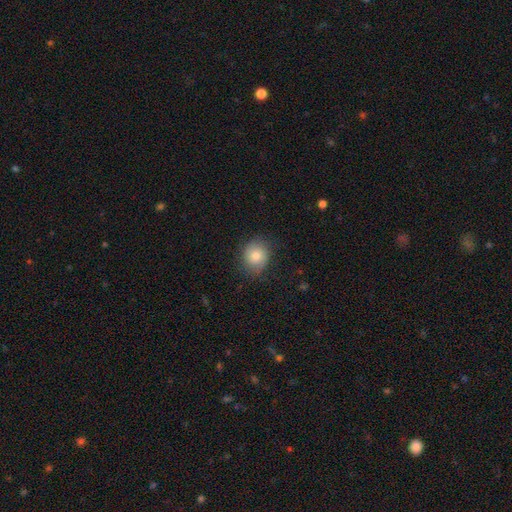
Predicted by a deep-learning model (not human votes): Q: Smooth or featured?
A: smooth (74%); runner-up: featured or disk (17%)
Q: How rounded?
A: round (74%); runner-up: in between (25%)
Q: Merging?
A: none (76%); runner-up: minor disturbance (18%)